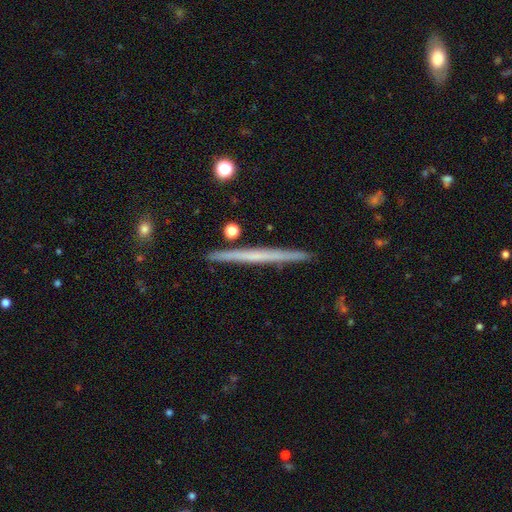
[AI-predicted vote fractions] Smooth or featured?
  - featured or disk: 54% *
  - smooth: 40%
  - star or artifact: 6%
Edge-on disk?
  - yes: 98% *
  - no: 2%
Edge-on bulge?
  - none: 88% *
  - rounded: 9%
  - boxy: 3%
Merging?
  - none: 91% *
  - minor disturbance: 6%
  - merger: 2%
  - major disturbance: 1%